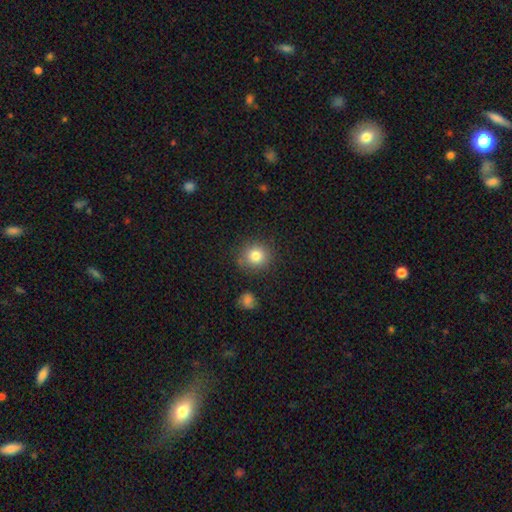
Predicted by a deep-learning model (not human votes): The model was most divided on "smooth or featured": smooth: 82%, star or artifact: 11%, featured or disk: 7%. More confident: how rounded — round (89%); merging — none (84%).